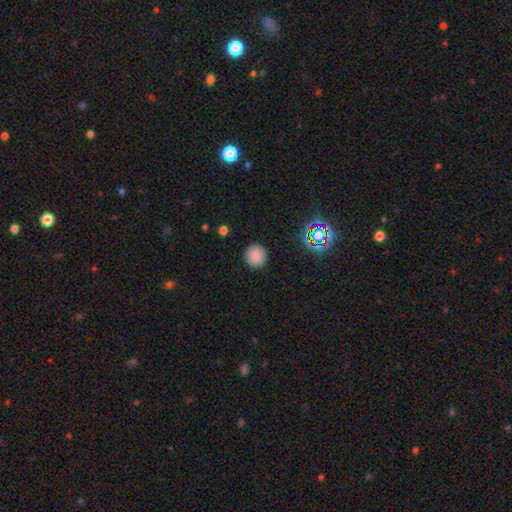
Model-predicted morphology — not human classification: Smooth or featured: smooth — 84% (star or artifact — 13%)
How rounded: round — 92% (in between — 7%)
Merging: none — 90% (minor disturbance — 6%)